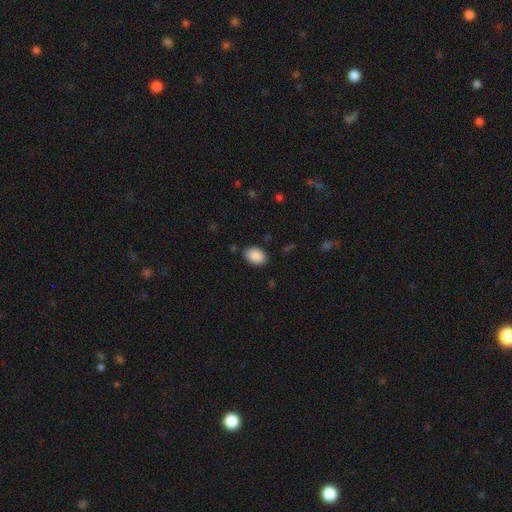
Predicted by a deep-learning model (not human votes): Morphology: type=smooth (90%); roundness=in between (84%); merging=none (85%).